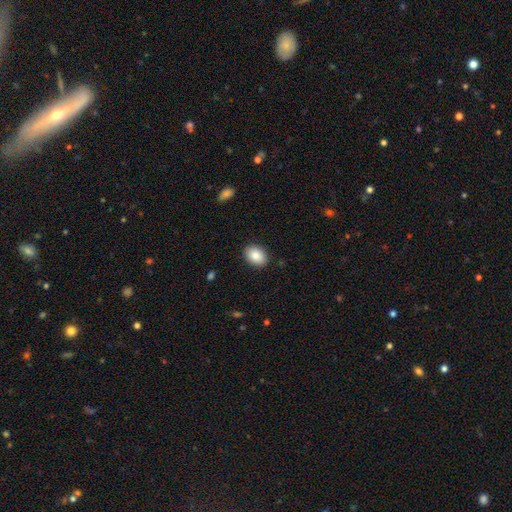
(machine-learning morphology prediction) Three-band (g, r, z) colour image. It shows a smooth galaxy with no disk features (86%) that is in between round and cigar-shaped (74%). Merging: none (89%).